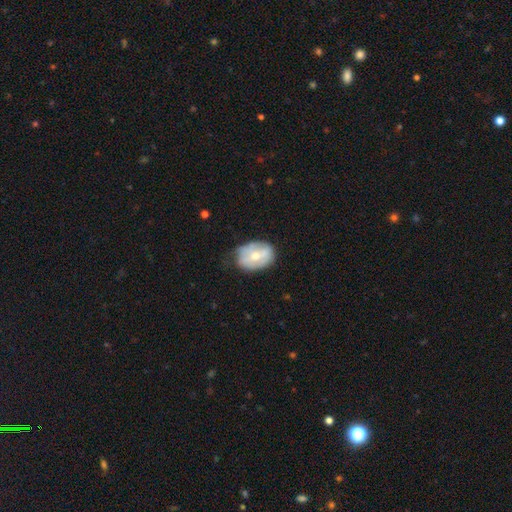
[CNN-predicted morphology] A smooth galaxy with no disk features (50%). Merging: none (55%).